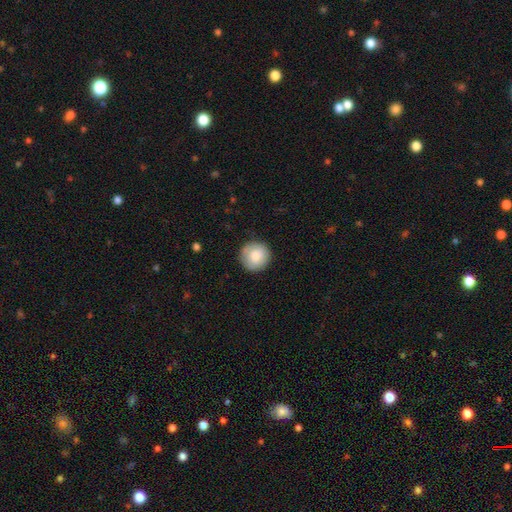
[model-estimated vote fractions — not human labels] smooth 81%, featured or disk 12%, star or artifact 7%. Down the decision tree: how rounded — round (95%); merging — none (88%).